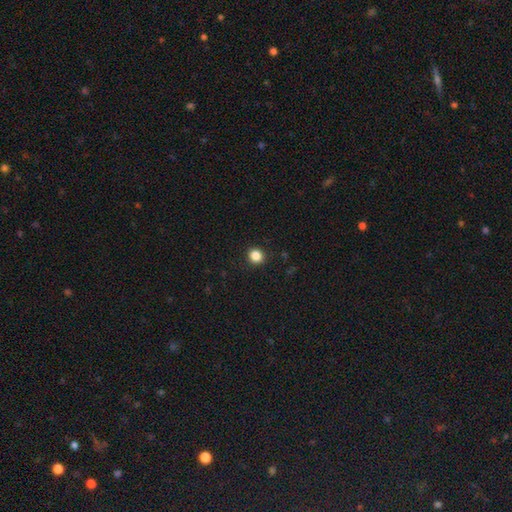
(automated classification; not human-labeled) This is clearly a smooth galaxy (85%). How rounded: clearly round (89%). Merging: clearly none (92%).